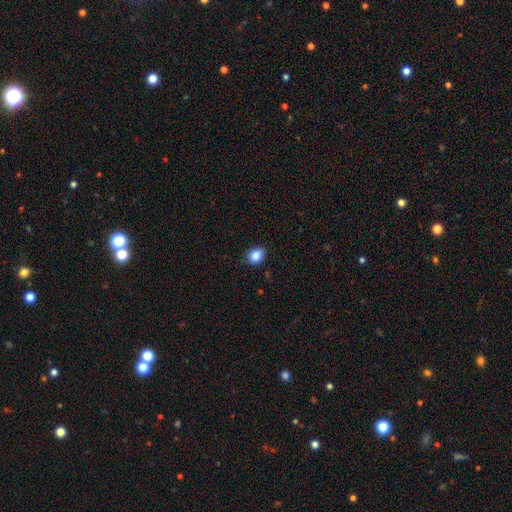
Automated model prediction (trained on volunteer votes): Q: Smooth or featured?
A: smooth (86%); runner-up: star or artifact (9%)
Q: How rounded?
A: in between (53%); runner-up: round (46%)
Q: Merging?
A: none (78%); runner-up: minor disturbance (18%)